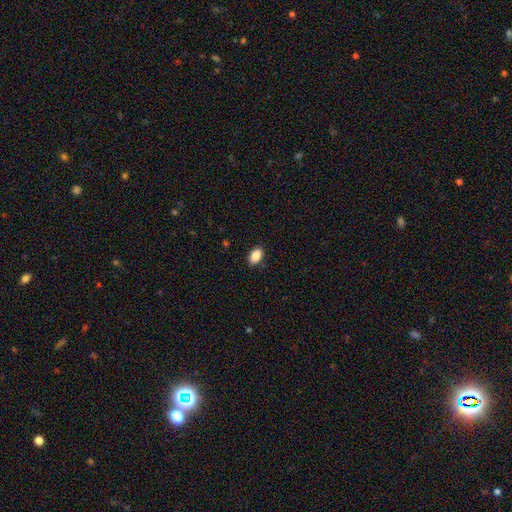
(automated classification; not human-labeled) Overall: smooth (89%). How rounded: in between (89%). Merging: none (88%).